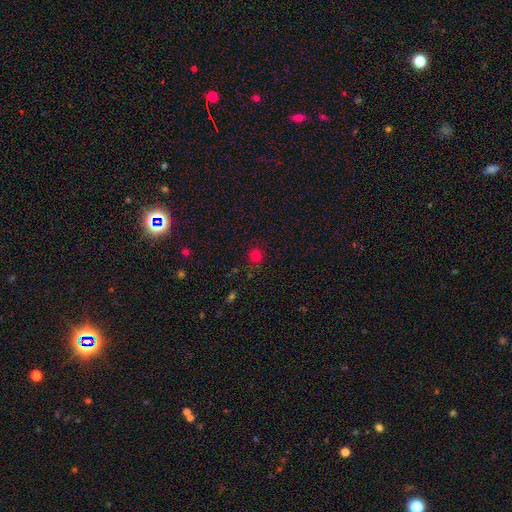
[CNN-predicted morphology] Overall: smooth (76%). How rounded: round (88%). Merging: none (86%).